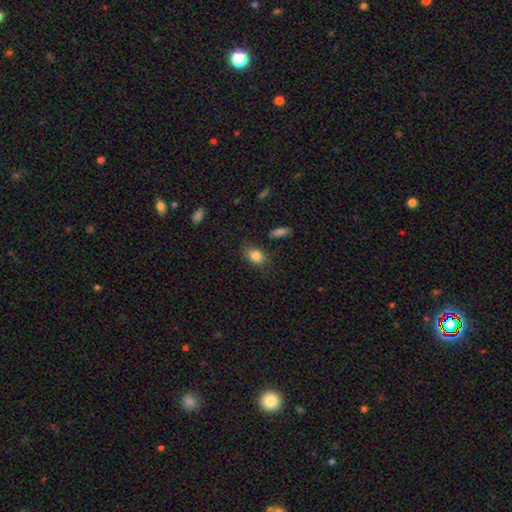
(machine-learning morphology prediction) type=smooth (84%); roundness=in between (71%); merging=none (80%).